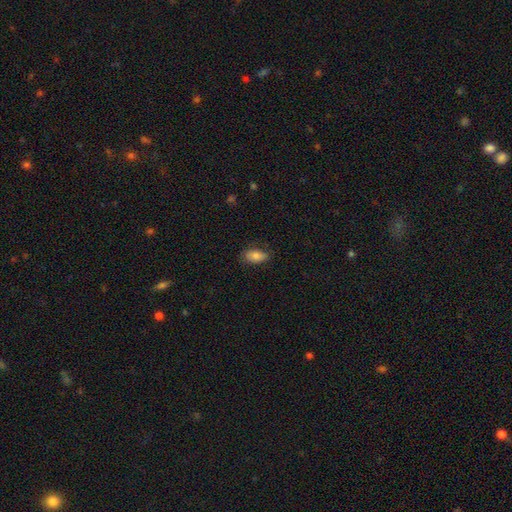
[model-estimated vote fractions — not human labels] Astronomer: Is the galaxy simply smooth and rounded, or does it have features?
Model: smooth — 81%.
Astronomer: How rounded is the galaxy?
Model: in between — 91%.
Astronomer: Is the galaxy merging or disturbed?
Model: none — 78%.